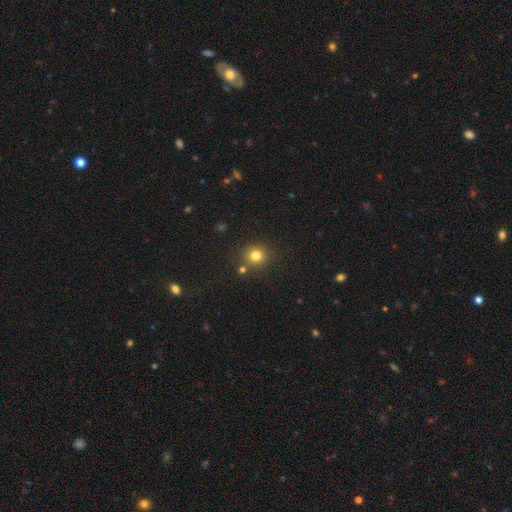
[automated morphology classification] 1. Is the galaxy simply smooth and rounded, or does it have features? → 79% smooth, 15% star or artifact, 6% featured or disk.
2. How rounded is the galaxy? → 90% round, 9% in between, 1% cigar-shaped.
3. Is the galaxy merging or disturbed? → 81% none, 8% merger, 8% minor disturbance, 3% major disturbance.